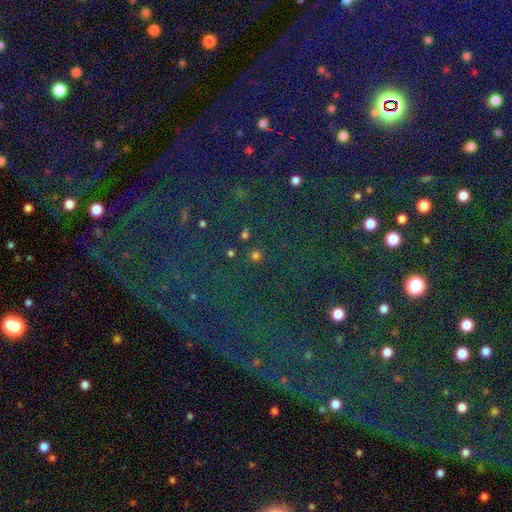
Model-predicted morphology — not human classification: Overall: star or artifact (58%; smooth 34%).